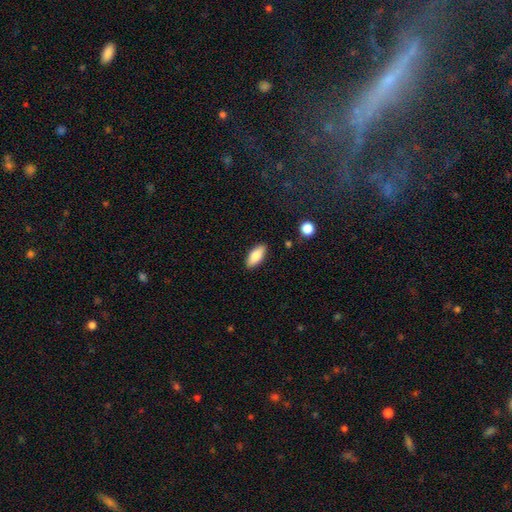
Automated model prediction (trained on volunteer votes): smooth_or_featured: smooth (p=0.80) [alt: featured or disk p=0.13]
how_rounded: in between (p=0.82) [alt: cigar-shaped p=0.15]
merging: none (p=0.87) [alt: minor disturbance p=0.09]